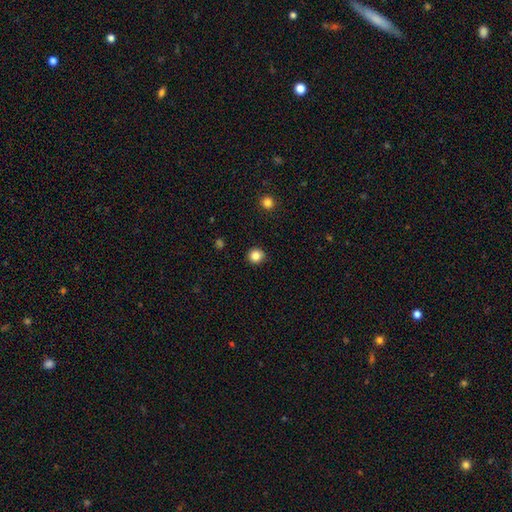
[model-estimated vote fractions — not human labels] Smooth or featured?
  - smooth: 84% *
  - star or artifact: 11%
  - featured or disk: 5%
How rounded?
  - round: 91% *
  - in between: 8%
  - cigar-shaped: 1%
Merging?
  - none: 91% *
  - minor disturbance: 6%
  - major disturbance: 2%
  - merger: 1%